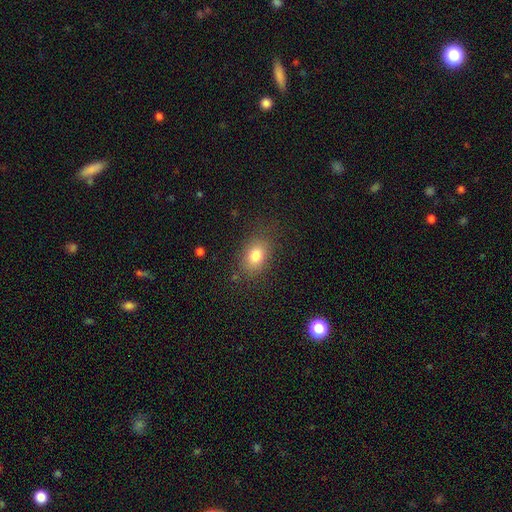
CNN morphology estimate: The model was most divided on "how rounded": in between: 74%, round: 25%, cigar-shaped: 1%. More confident: smooth or featured — smooth (80%); merging — none (80%).